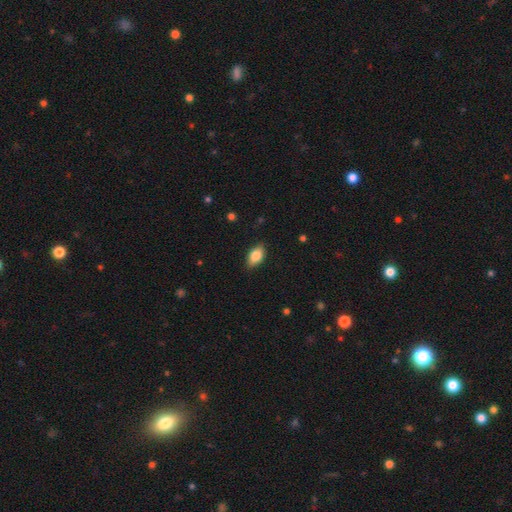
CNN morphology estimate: A smooth galaxy with no disk features (80%) that is in between round and cigar-shaped (89%). Merging: none (85%).